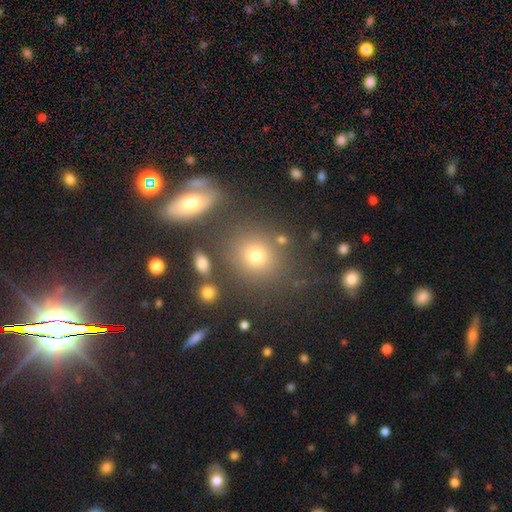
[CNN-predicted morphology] smooth 70%, star or artifact 17%, featured or disk 12%. Down the decision tree: how rounded — round (76%); merging — none (73%).